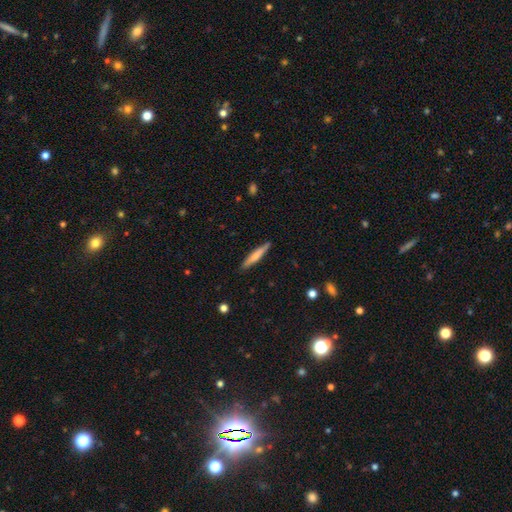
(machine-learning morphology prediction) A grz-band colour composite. It shows a smooth galaxy with no disk features (61%) that is cigar-shaped (93%). Merging: none (89%).